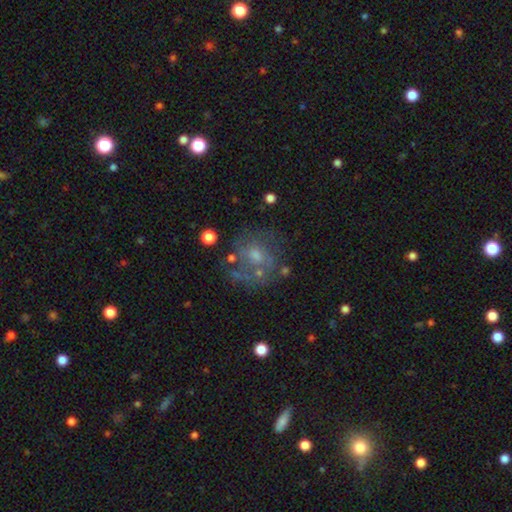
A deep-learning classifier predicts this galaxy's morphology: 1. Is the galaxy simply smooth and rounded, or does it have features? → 50% featured or disk, 38% smooth, 12% star or artifact.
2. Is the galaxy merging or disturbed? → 57% none, 20% minor disturbance, 18% major disturbance, 6% merger.